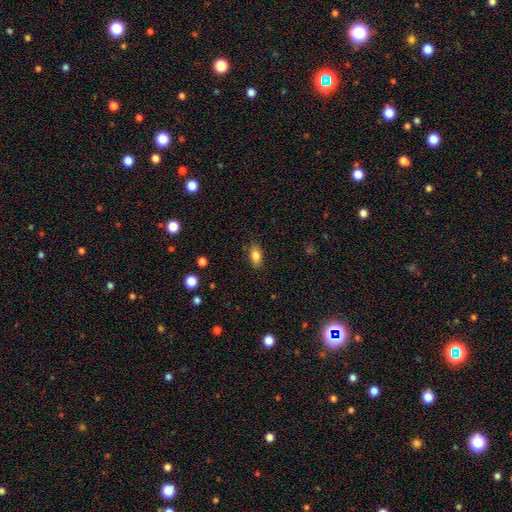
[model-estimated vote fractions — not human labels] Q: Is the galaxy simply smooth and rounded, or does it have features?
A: smooth — 84%.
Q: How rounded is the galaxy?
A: in between — 88%.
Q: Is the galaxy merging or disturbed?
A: none — 85%.